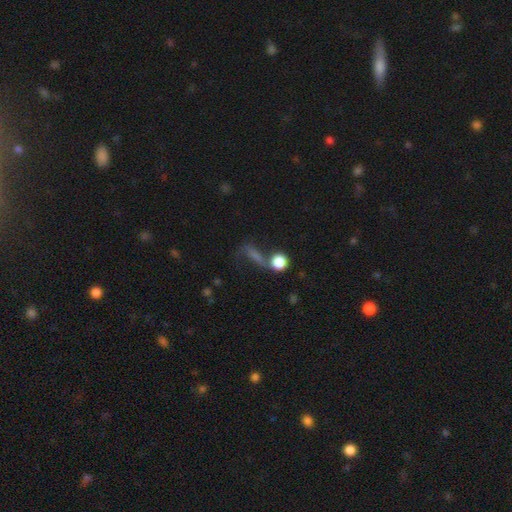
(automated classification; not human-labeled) A smooth galaxy with no disk features (44%). Merging: none (44%).